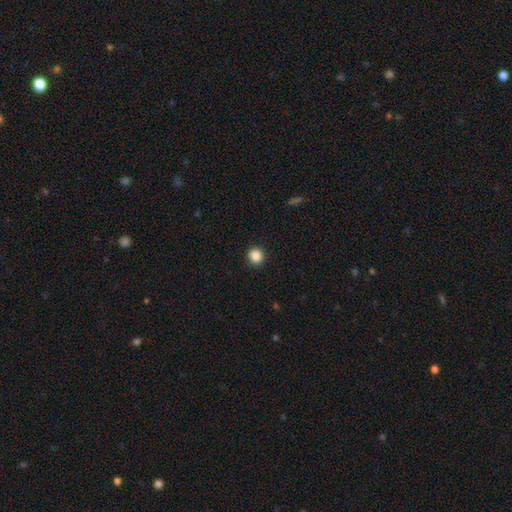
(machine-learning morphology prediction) Smooth or featured? smooth (87%)
How rounded? round (87%)
Merging? none (91%)